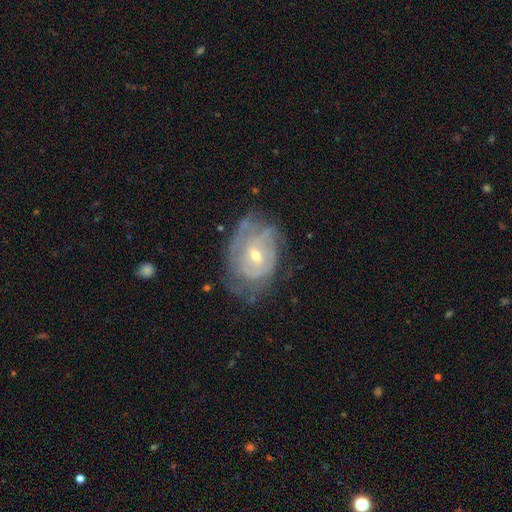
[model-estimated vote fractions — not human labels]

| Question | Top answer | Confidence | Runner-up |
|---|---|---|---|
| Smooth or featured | featured or disk | 75% | smooth (17%) |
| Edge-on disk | no | 96% | yes (4%) |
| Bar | no | 52% | weak (39%) |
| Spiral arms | yes | 78% | no (22%) |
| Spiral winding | tight | 62% | medium (28%) |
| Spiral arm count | can't tell | 55% | 2 (19%) |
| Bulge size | small | 55% | moderate (42%) |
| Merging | none | 53% | minor disturbance (28%) |